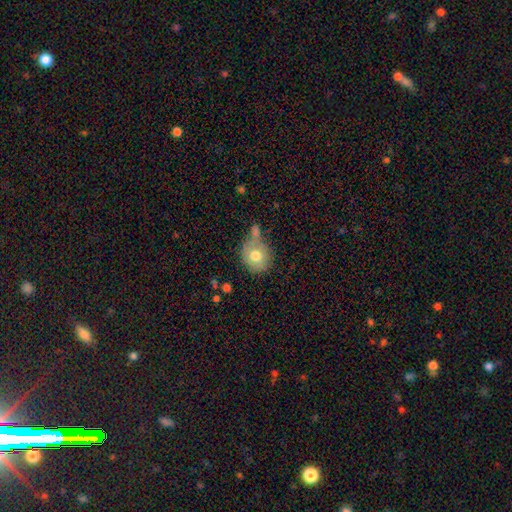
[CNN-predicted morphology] smooth-or-featured: smooth: 73% | featured or disk: 19% | star or artifact: 8%
  how-rounded: round: 79% | in between: 20% | cigar-shaped: 1%
  merging: none: 48% | merger: 25% | minor disturbance: 19% | major disturbance: 8%